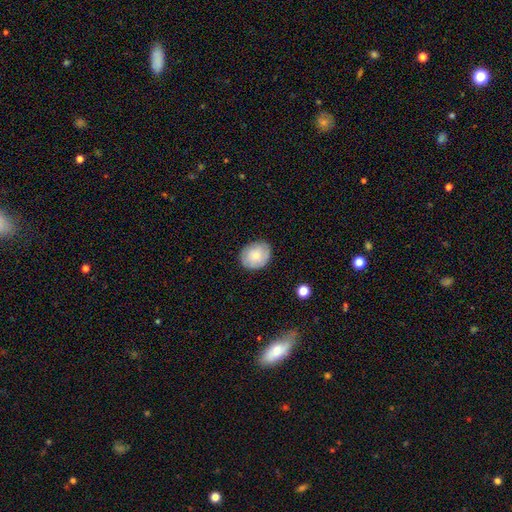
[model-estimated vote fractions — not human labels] Morphology: type=smooth (73%); roundness=round (59%); merging=none (84%).